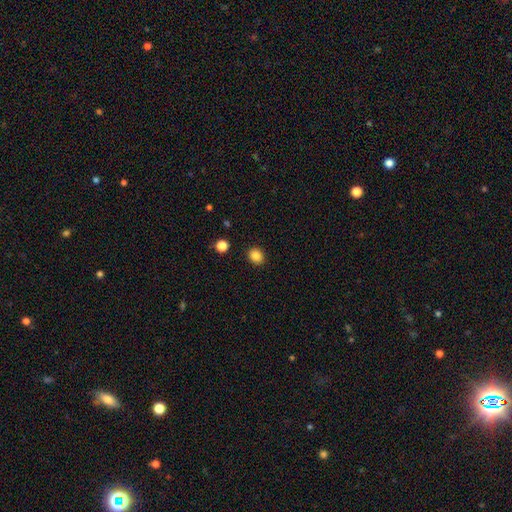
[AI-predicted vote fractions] Overall: smooth (85%). How rounded: round (61%; in between 38%). Merging: none (90%).